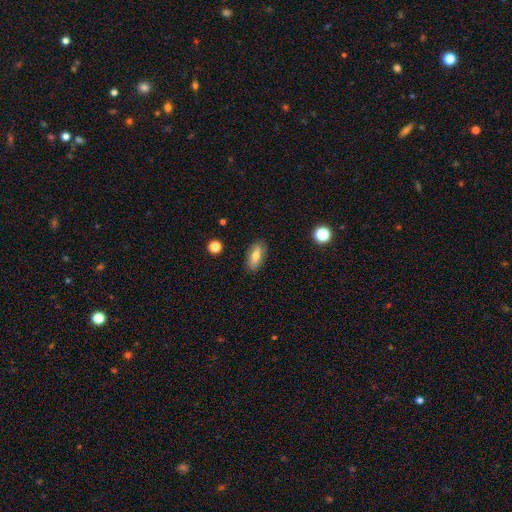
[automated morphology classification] smooth 72%, featured or disk 20%, star or artifact 8%. Down the decision tree: how rounded — in between (78%); merging — none (85%).